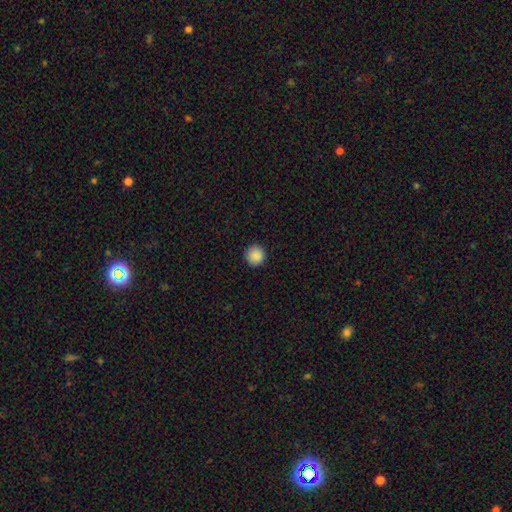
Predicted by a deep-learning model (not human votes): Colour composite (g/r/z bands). It shows a smooth galaxy with no disk features (89%) that is round (94%). Merging: none (92%).